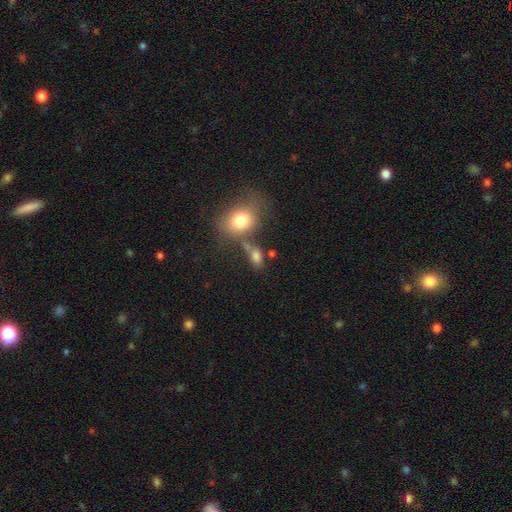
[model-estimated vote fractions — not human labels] This appears to be a smooth galaxy with no disk features (77%) that is in between round and cigar-shaped (73%). Merging: none (44%).